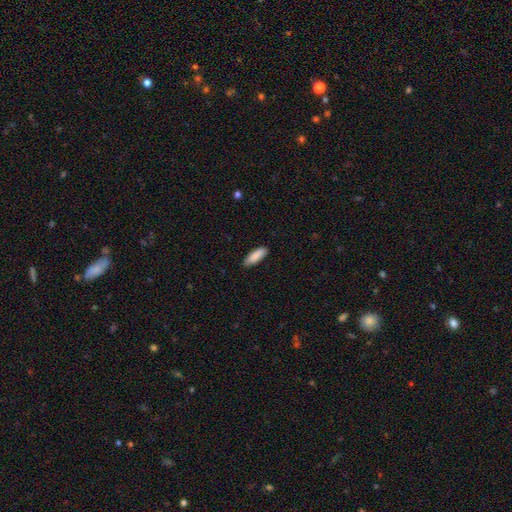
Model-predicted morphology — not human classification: smooth_or_featured: smooth (p=0.89) [alt: star or artifact p=0.06]
how_rounded: in between (p=0.56) [alt: cigar-shaped p=0.42]
merging: none (p=0.85) [alt: minor disturbance p=0.12]